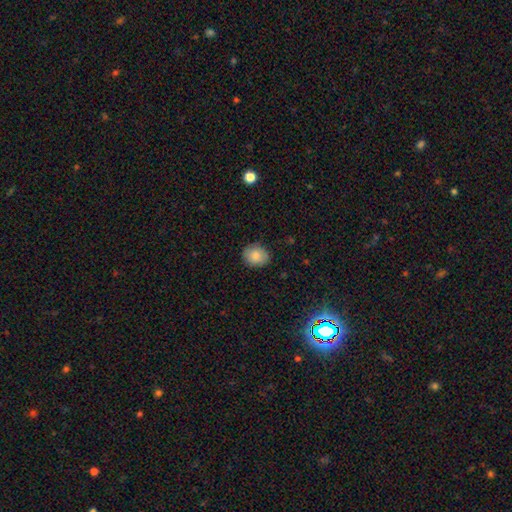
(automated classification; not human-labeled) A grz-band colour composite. It shows a smooth galaxy with no disk features (85%) that is round (71%). Merging: none (85%).